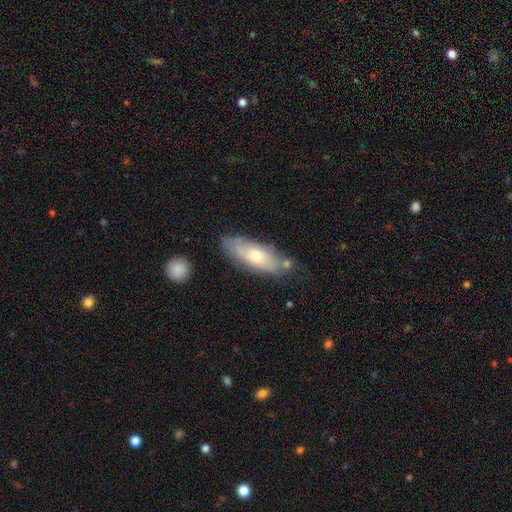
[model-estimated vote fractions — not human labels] Q: Smooth or featured?
A: smooth (57%); runner-up: featured or disk (36%)
Q: How rounded?
A: in between (71%); runner-up: cigar-shaped (27%)
Q: Merging?
A: none (69%); runner-up: minor disturbance (19%)